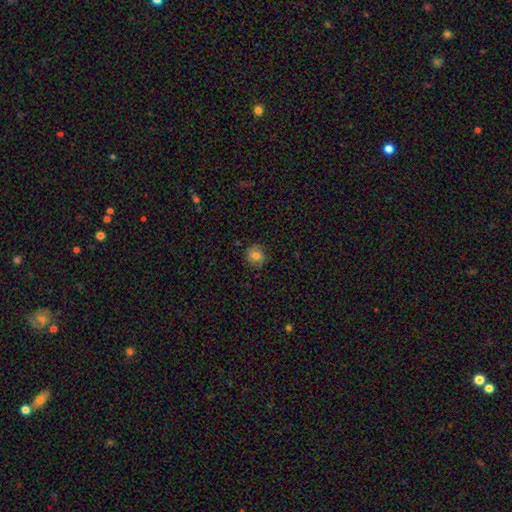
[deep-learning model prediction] A smooth galaxy with no disk features (73%) that is round (84%). Merging: none (83%).